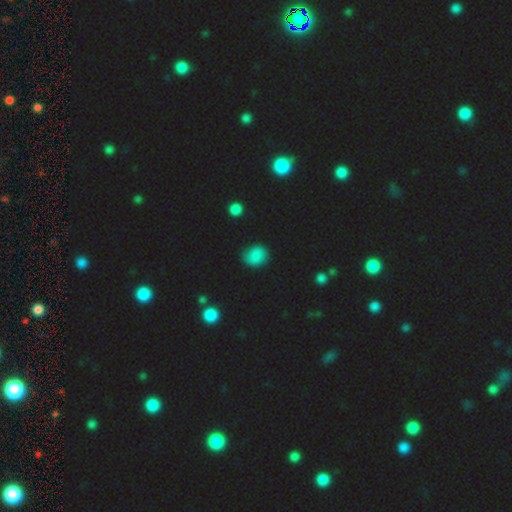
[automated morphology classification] The model was most divided on "how rounded": round: 65%, in between: 34%, cigar-shaped: 1%. More confident: smooth or featured — smooth (76%); merging — none (73%).